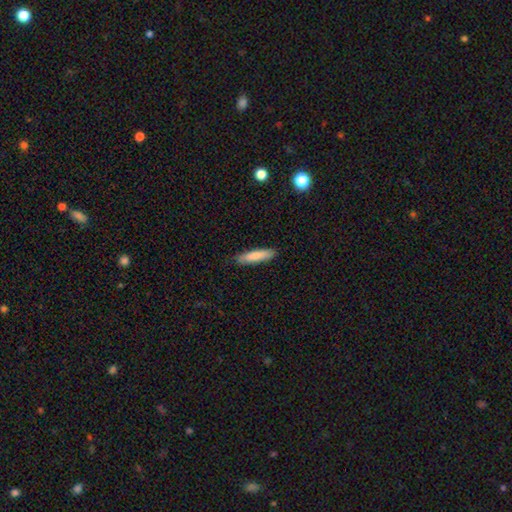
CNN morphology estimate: Smooth or featured: smooth — 84% (featured or disk — 10%)
How rounded: cigar-shaped — 79% (in between — 20%)
Merging: none — 86% (minor disturbance — 11%)